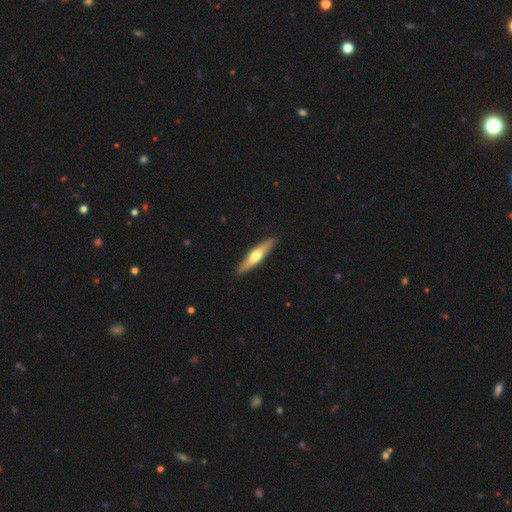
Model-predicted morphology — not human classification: Smooth or featured? Predicted: smooth (p=0.48). Merging? Predicted: none (p=0.90).